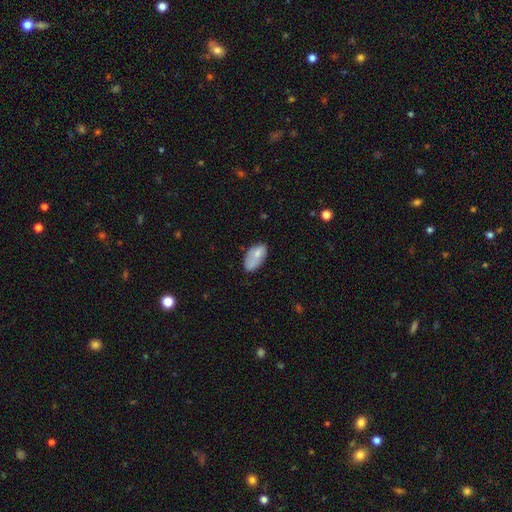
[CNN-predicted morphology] This is likely a smooth galaxy (74%). How rounded: clearly in between (93%). Merging: possibly none (51%).